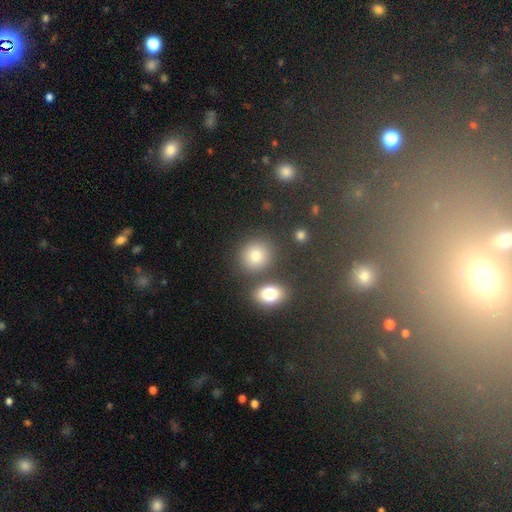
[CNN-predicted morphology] Smooth or featured? smooth (76%)
How rounded? round (77%)
Merging? none (76%)